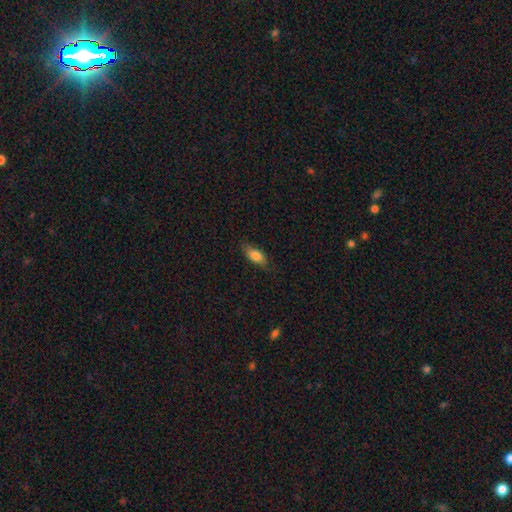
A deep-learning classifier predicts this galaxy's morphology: The model was most divided on "merging": none: 76%, minor disturbance: 19%, major disturbance: 4%, merger: 1%. More confident: how rounded — in between (83%); smooth or featured — smooth (80%).